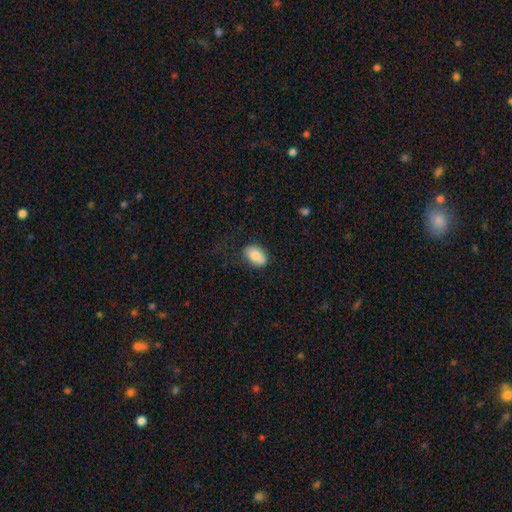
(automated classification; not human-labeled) Smooth or featured?
  - smooth: 84% *
  - featured or disk: 9%
  - star or artifact: 7%
How rounded?
  - in between: 89% *
  - round: 9%
  - cigar-shaped: 2%
Merging?
  - none: 74% *
  - minor disturbance: 19%
  - major disturbance: 5%
  - merger: 2%